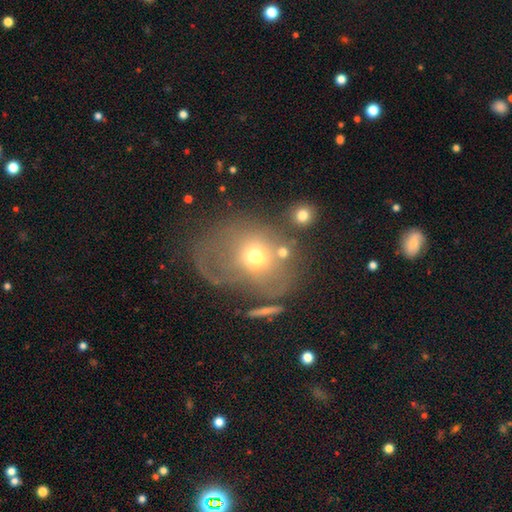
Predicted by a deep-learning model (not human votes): Q: Smooth or featured?
A: smooth (52%); runner-up: featured or disk (33%)
Q: How rounded?
A: round (52%); runner-up: in between (47%)
Q: Merging?
A: none (36%); runner-up: major disturbance (31%)